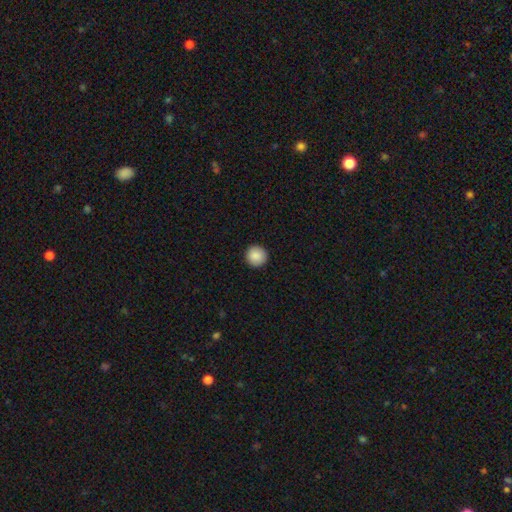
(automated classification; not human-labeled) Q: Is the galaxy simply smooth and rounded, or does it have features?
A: smooth — 89%.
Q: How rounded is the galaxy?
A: round — 96%.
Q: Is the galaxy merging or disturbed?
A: none — 93%.